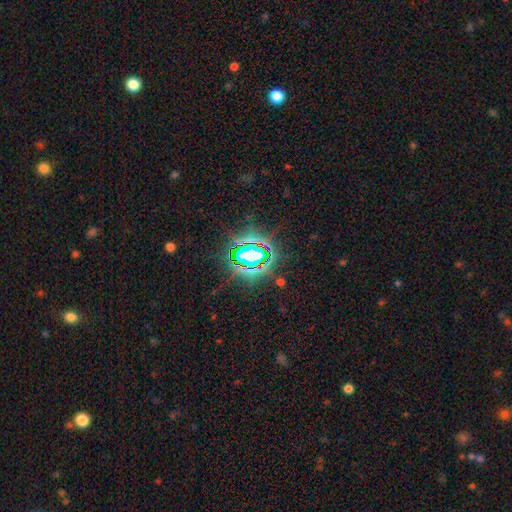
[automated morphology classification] This appears to be a star or artifact, not a galaxy (77%).